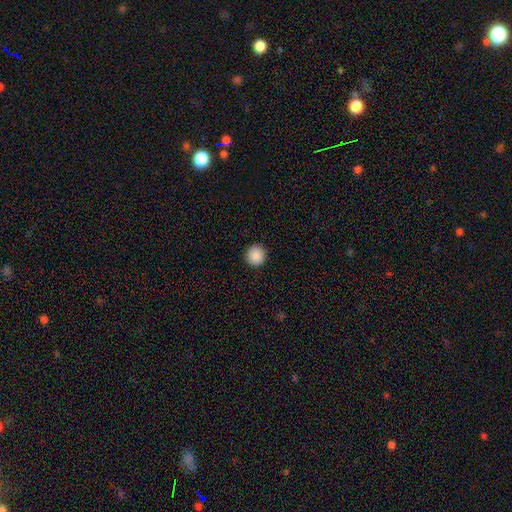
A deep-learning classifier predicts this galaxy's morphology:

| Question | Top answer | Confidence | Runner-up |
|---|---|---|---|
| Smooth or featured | smooth | 89% | star or artifact (8%) |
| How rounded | round | 95% | in between (4%) |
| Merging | none | 93% | minor disturbance (5%) |